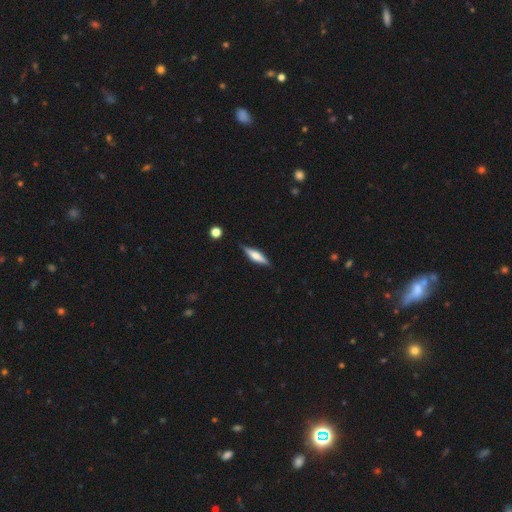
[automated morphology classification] Overall: featured or disk (53%; smooth 40%). Edge-on disk: yes (95%). Edge-on bulge: rounded (75%). Merging: none (85%).